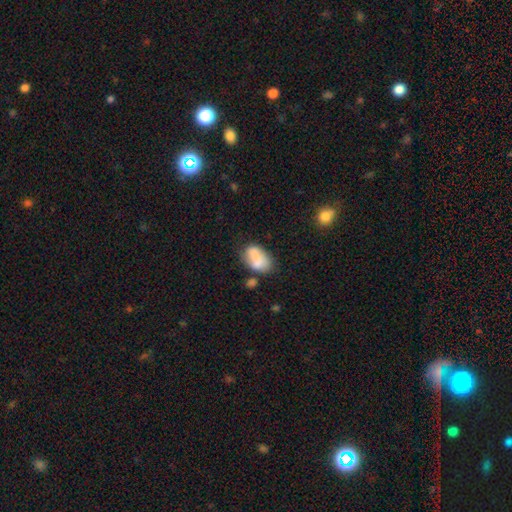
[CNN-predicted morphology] The model was most divided on "merging": none: 46%, minor disturbance: 25%, merger: 19%, major disturbance: 10%. More confident: how rounded — in between (90%); smooth or featured — smooth (73%).